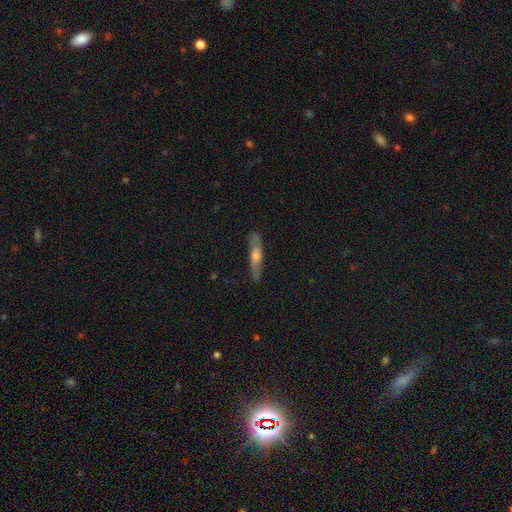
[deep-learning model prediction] Smooth or featured?
  - featured or disk: 53% *
  - smooth: 40%
  - star or artifact: 7%
Edge-on disk?
  - yes: 71% *
  - no: 29%
Merging?
  - none: 81% *
  - minor disturbance: 14%
  - major disturbance: 3%
  - merger: 2%